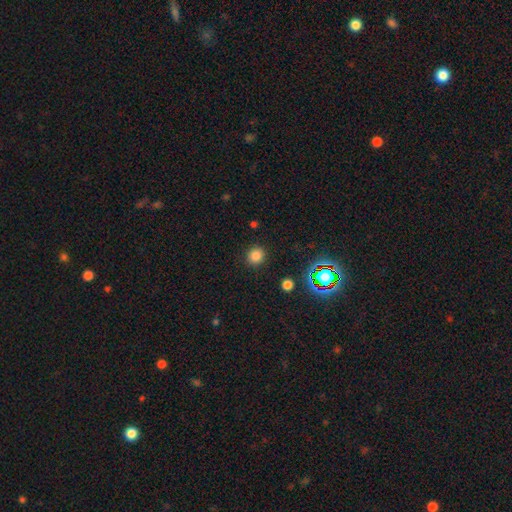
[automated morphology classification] This appears to be a smooth galaxy with no disk features (81%) that is round (89%). Merging: none (90%).